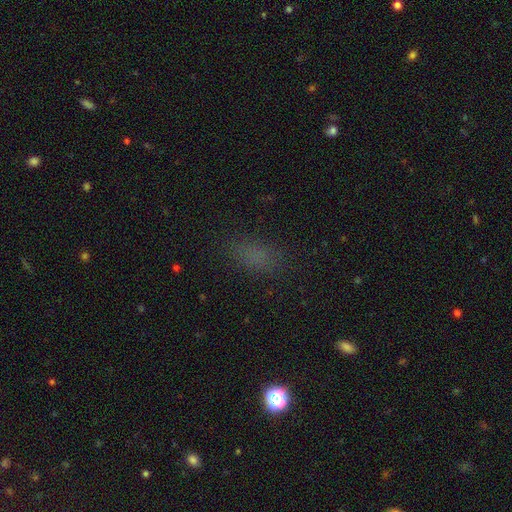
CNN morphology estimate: type=smooth (71%); roundness=in between (81%); merging=none (79%).